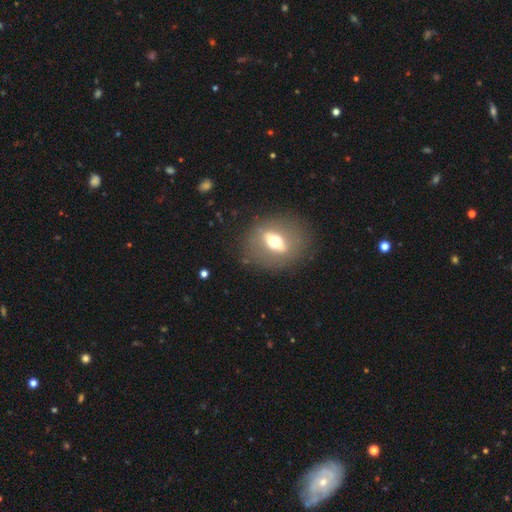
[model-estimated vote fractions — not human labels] Morphology: type=featured or disk (45%); merging=none (83%).